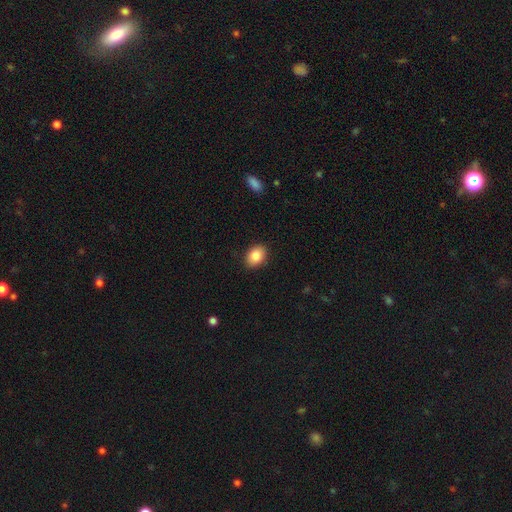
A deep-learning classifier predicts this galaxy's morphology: Smooth or featured: smooth — 86% (star or artifact — 8%)
How rounded: in between — 75% (round — 24%)
Merging: none — 89% (minor disturbance — 8%)